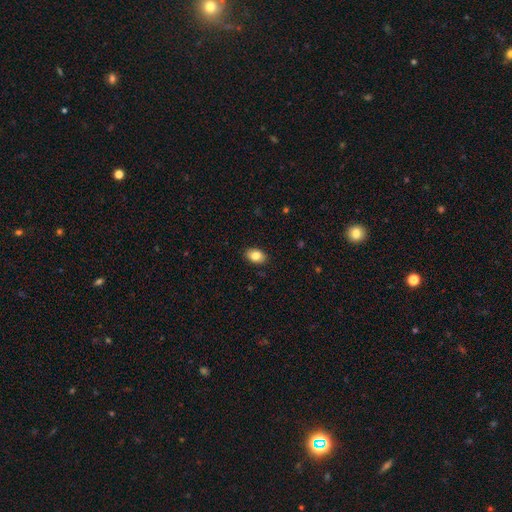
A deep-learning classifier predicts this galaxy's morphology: type=smooth (84%); roundness=in between (84%); merging=none (89%).